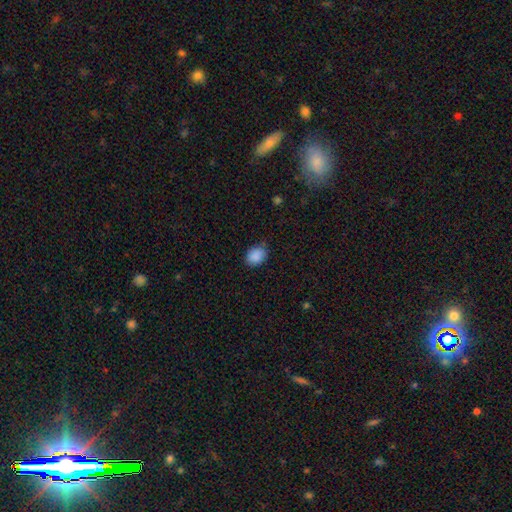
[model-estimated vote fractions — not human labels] The model was most divided on "how rounded": in between: 60%, round: 39%, cigar-shaped: 1%. More confident: smooth or featured — smooth (88%); merging — none (77%).